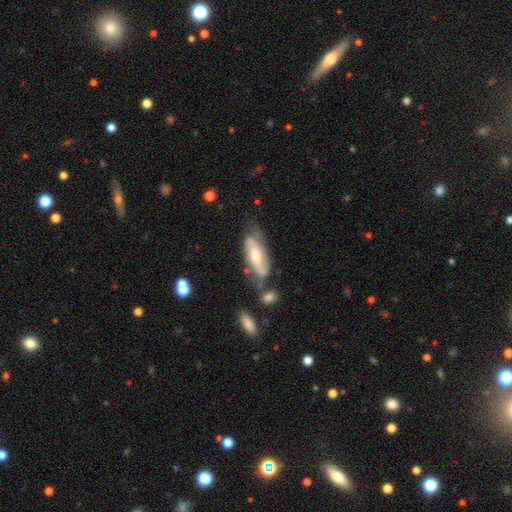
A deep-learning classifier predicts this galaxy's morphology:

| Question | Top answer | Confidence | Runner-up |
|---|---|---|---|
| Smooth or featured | featured or disk | 66% | smooth (28%) |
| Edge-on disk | no | 85% | yes (15%) |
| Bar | no | 48% | weak (35%) |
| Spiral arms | yes | 86% | no (14%) |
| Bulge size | moderate | 60% | small (29%) |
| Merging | none | 54% | minor disturbance (24%) |